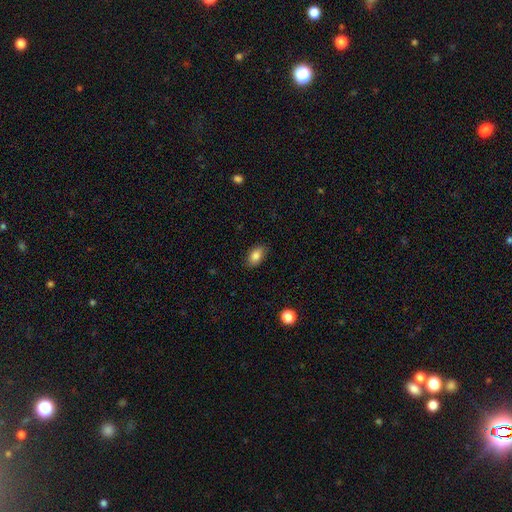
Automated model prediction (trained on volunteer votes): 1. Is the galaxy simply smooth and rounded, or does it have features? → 84% smooth, 8% star or artifact, 8% featured or disk.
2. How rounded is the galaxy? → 88% in between, 10% round, 2% cigar-shaped.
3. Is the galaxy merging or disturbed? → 84% none, 13% minor disturbance, 3% major disturbance, 1% merger.